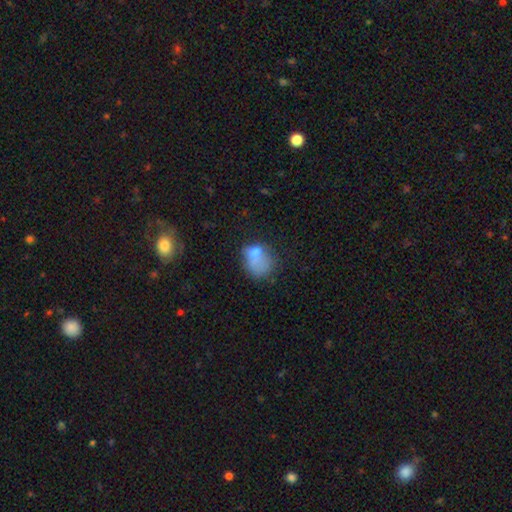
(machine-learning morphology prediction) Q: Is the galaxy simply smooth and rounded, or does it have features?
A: smooth — 67%.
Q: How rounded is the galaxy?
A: round — 53%.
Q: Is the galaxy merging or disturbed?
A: none — 31%.